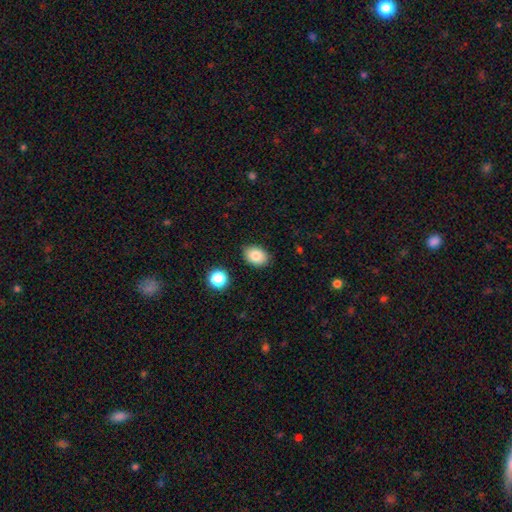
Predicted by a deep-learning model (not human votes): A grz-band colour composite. It shows a smooth galaxy with no disk features (84%) that is in between round and cigar-shaped (77%). Merging: none (87%).